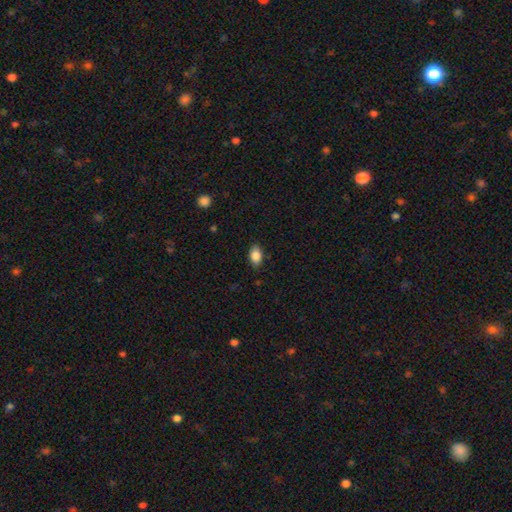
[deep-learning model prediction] Q: Smooth or featured?
A: smooth (86%); runner-up: star or artifact (8%)
Q: How rounded?
A: in between (90%); runner-up: round (8%)
Q: Merging?
A: none (86%); runner-up: minor disturbance (11%)